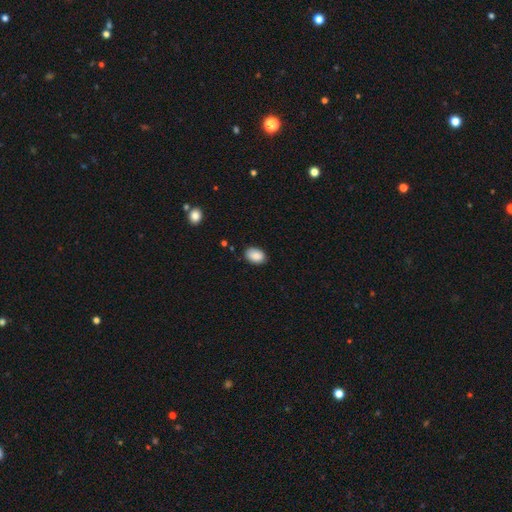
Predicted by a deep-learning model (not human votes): Smooth or featured: smooth — 89% (star or artifact — 7%)
How rounded: in between — 85% (round — 13%)
Merging: none — 82% (minor disturbance — 14%)